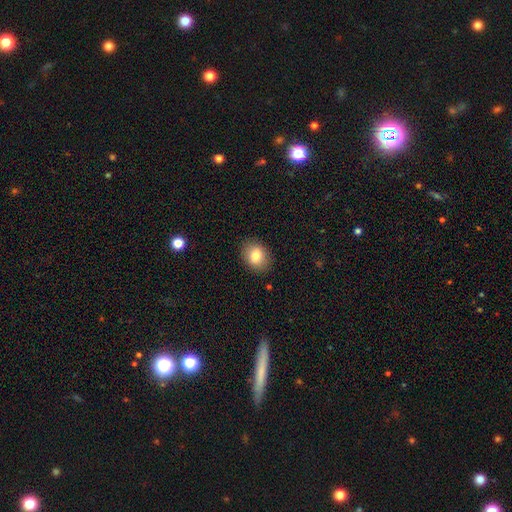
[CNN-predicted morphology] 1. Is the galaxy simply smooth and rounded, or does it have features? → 81% smooth, 10% featured or disk, 9% star or artifact.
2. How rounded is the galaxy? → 51% in between, 48% round, 1% cigar-shaped.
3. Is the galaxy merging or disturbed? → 87% none, 9% minor disturbance, 2% major disturbance, 1% merger.